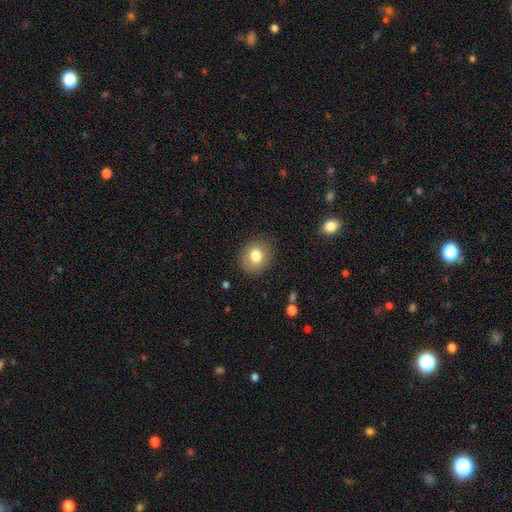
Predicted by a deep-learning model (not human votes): Overall: smooth (79%). How rounded: round (67%; in between 32%). Merging: none (84%).